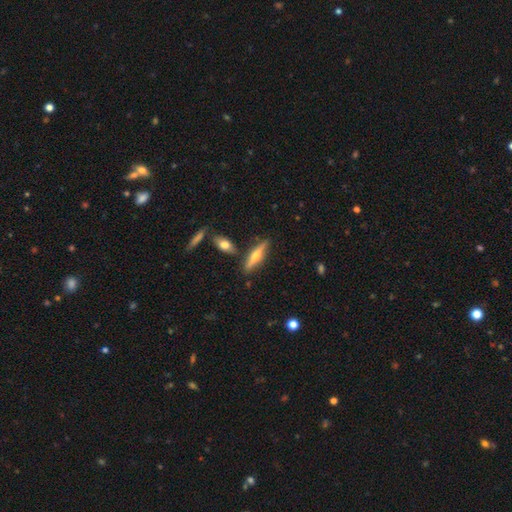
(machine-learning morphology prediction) Smooth or featured: featured or disk — 56% (smooth — 38%)
Edge-on disk: yes — 94% (no — 6%)
Edge-on bulge: rounded — 89% (none — 6%)
Merging: none — 80% (minor disturbance — 10%)